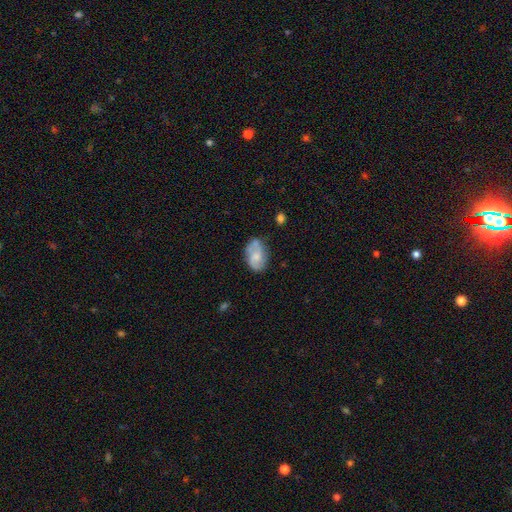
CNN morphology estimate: type=featured or disk (52%); edge-on=no (97%); bar=no (65%); spiral arms=yes (79%); bulge=moderate (37%, tied with small); merging=none (57%).